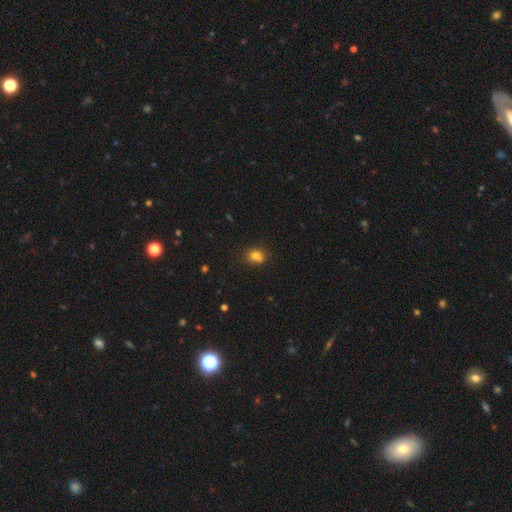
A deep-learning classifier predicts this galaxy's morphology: Q: Smooth or featured?
A: smooth (75%); runner-up: star or artifact (13%)
Q: How rounded?
A: round (64%); runner-up: in between (35%)
Q: Merging?
A: none (54%); runner-up: merger (26%)